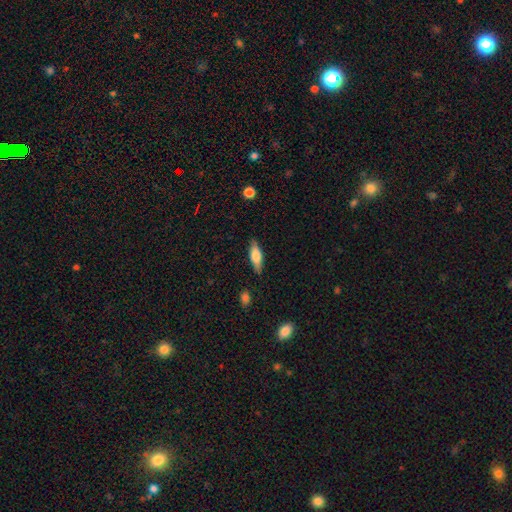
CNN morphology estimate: This is likely a smooth galaxy (67%). How rounded: possibly in between (55%). Merging: clearly none (83%).